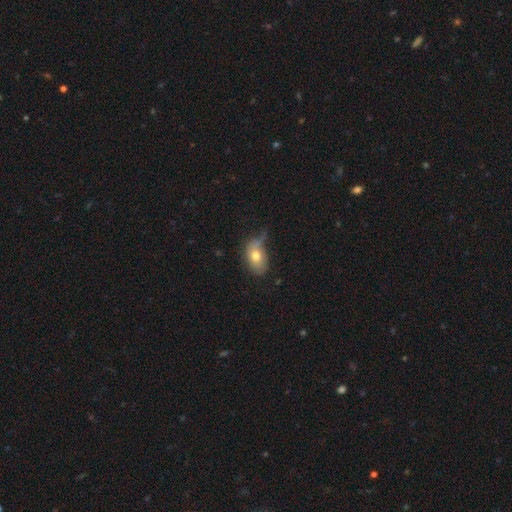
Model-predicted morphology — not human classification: Overall: smooth (70%). How rounded: in between (84%). Merging: none (38%; minor disturbance 34%).